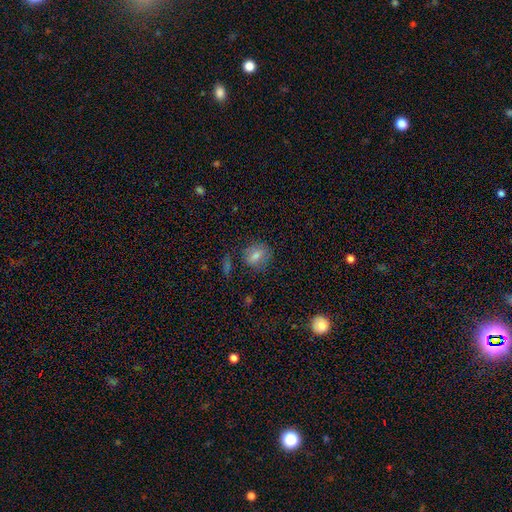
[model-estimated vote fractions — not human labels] Q: Smooth or featured?
A: smooth (66%); runner-up: featured or disk (19%)
Q: How rounded?
A: round (65%); runner-up: in between (33%)
Q: Merging?
A: none (77%); runner-up: minor disturbance (15%)